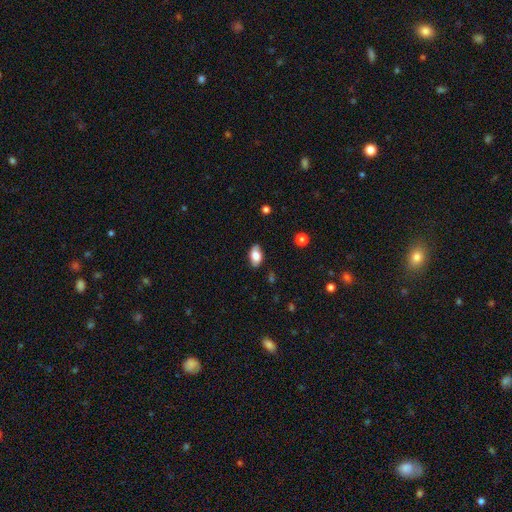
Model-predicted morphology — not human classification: The model was most divided on "smooth or featured": smooth: 78%, featured or disk: 14%, star or artifact: 8%. More confident: how rounded — in between (91%); merging — none (81%).